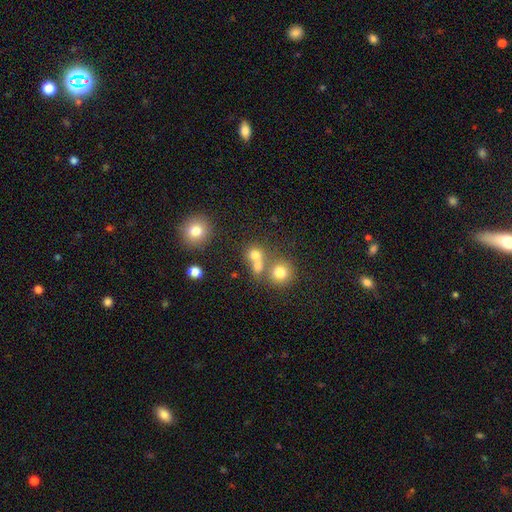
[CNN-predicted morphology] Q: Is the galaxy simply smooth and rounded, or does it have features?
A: smooth — 69%.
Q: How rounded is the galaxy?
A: round — 80%.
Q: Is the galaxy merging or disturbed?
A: none — 46%.